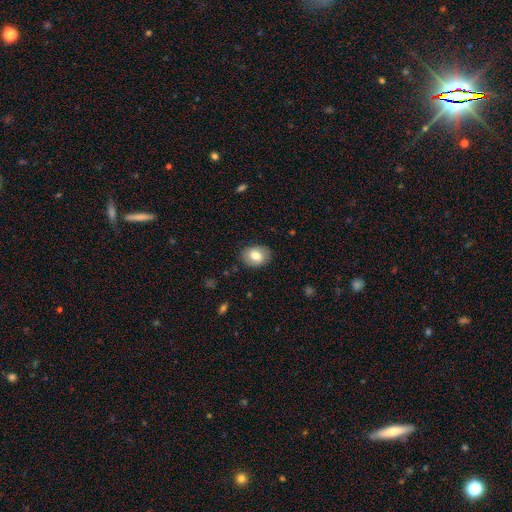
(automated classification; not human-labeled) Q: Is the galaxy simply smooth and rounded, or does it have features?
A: smooth — 79%.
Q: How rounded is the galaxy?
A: in between — 66%.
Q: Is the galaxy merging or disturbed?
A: none — 85%.